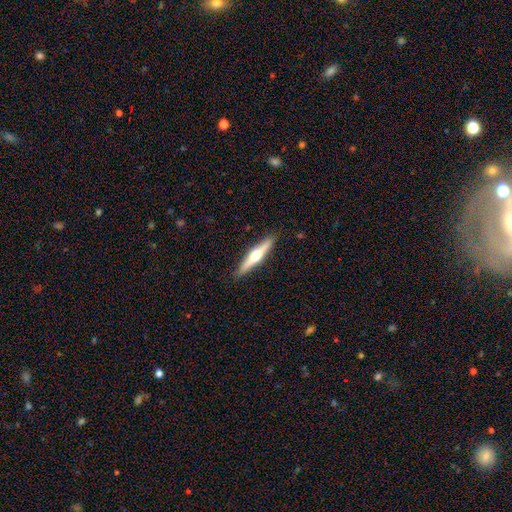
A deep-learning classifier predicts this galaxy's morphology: Smooth or featured?
  - featured or disk: 62% *
  - smooth: 33%
  - star or artifact: 5%
Edge-on disk?
  - yes: 97% *
  - no: 3%
Edge-on bulge?
  - rounded: 93% *
  - none: 4%
  - boxy: 3%
Merging?
  - none: 90% *
  - minor disturbance: 7%
  - major disturbance: 1%
  - merger: 1%